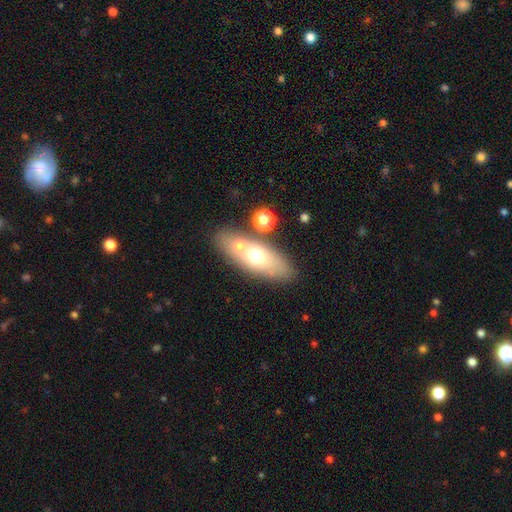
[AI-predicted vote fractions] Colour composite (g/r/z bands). It shows a smooth galaxy with no disk features (57%) that is in between round and cigar-shaped (70%). Merging: none (63%).